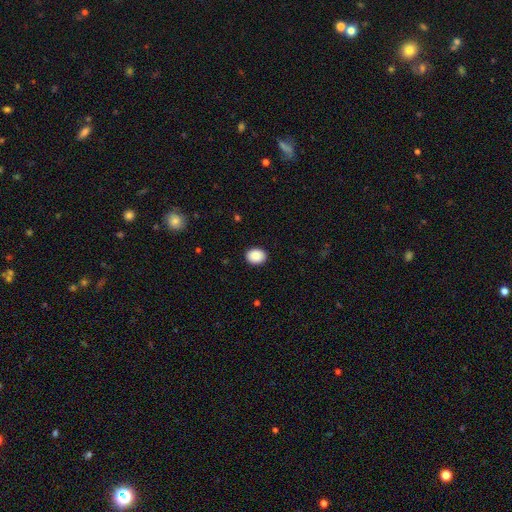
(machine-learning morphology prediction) smooth-or-featured: smooth: 90% | star or artifact: 7% | featured or disk: 3%
  how-rounded: in between: 60% | round: 39% | cigar-shaped: 1%
  merging: none: 90% | minor disturbance: 7% | major disturbance: 2% | merger: 1%